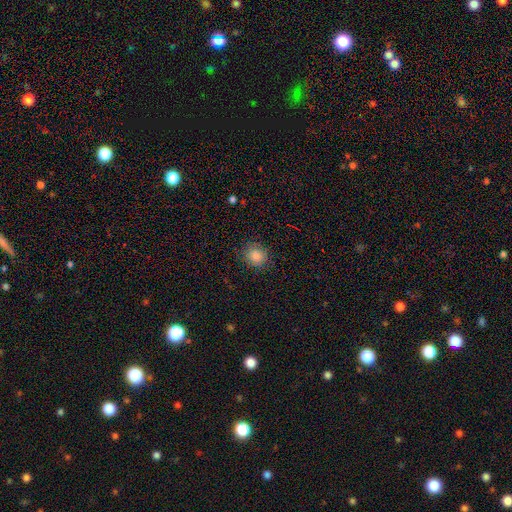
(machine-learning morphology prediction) A smooth galaxy with no disk features (83%) that is round (78%). Merging: none (85%).